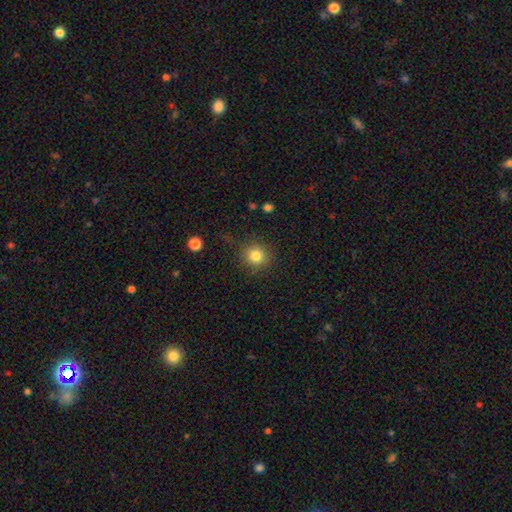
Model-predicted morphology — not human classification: A smooth galaxy with no disk features (82%) that is round (90%). Merging: none (85%).